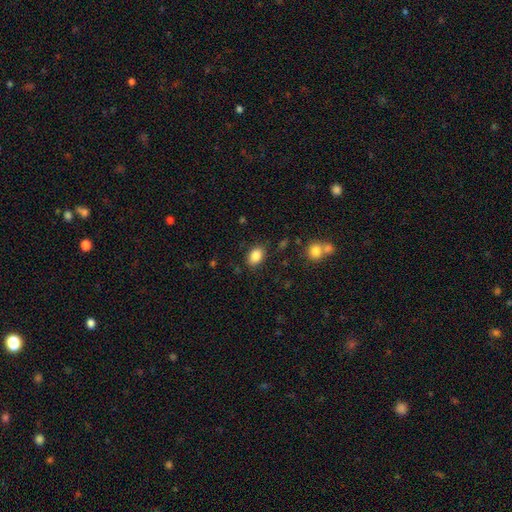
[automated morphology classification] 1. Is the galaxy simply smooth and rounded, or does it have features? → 86% smooth, 9% star or artifact, 5% featured or disk.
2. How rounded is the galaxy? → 81% in between, 18% round, 1% cigar-shaped.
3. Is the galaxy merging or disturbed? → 84% none, 11% minor disturbance, 3% major disturbance, 2% merger.